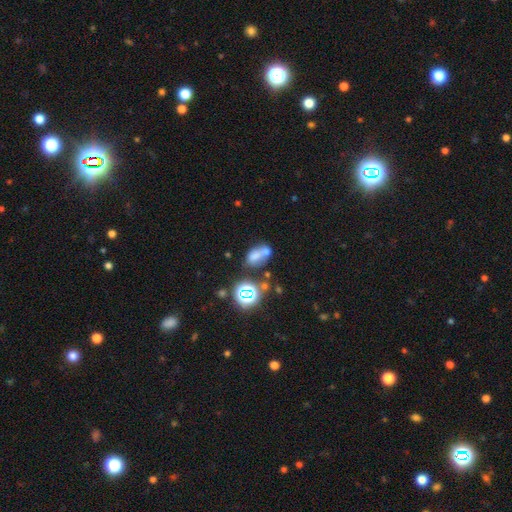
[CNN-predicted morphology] smooth_or_featured: smooth (p=0.58) [alt: star or artifact p=0.21]
how_rounded: in between (p=0.74) [alt: round p=0.24]
merging: merger (p=0.45) [alt: none p=0.31]